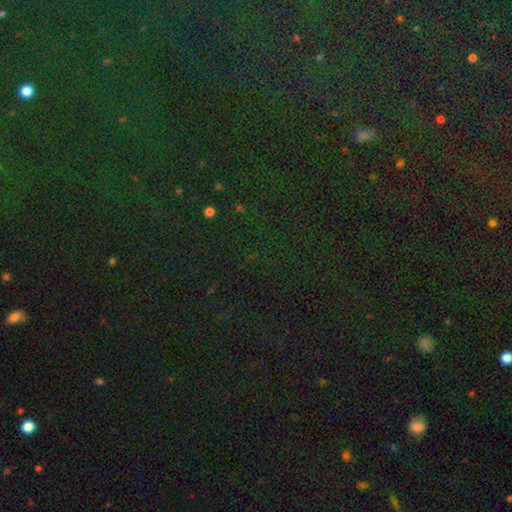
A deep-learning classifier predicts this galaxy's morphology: smooth-or-featured: star or artifact: 83% | smooth: 10% | featured or disk: 7%